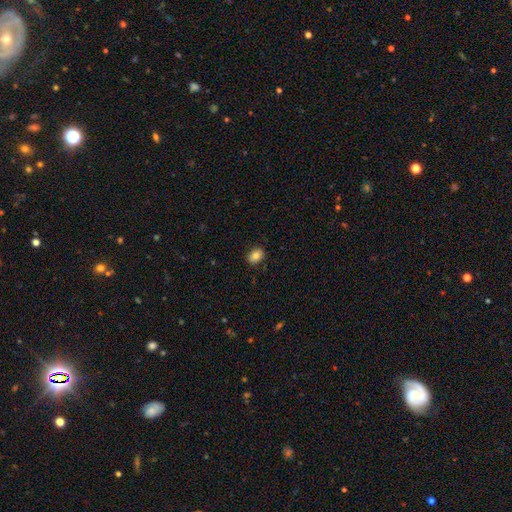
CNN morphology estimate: This appears to be a smooth galaxy with no disk features (81%) that is in between round and cigar-shaped (63%). Merging: none (87%).